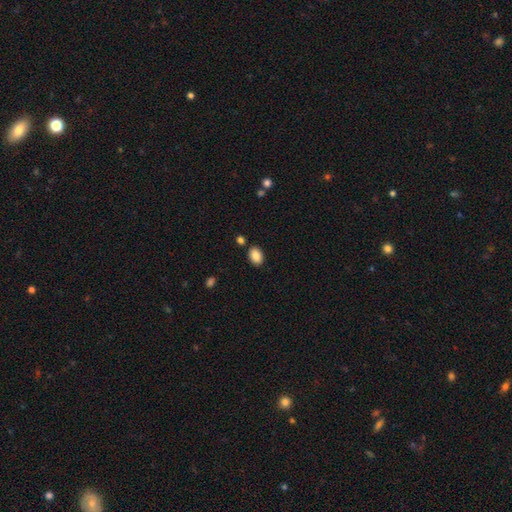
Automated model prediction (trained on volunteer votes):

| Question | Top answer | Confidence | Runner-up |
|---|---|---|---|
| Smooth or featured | smooth | 87% | star or artifact (8%) |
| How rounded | in between | 81% | round (18%) |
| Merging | none | 85% | minor disturbance (9%) |